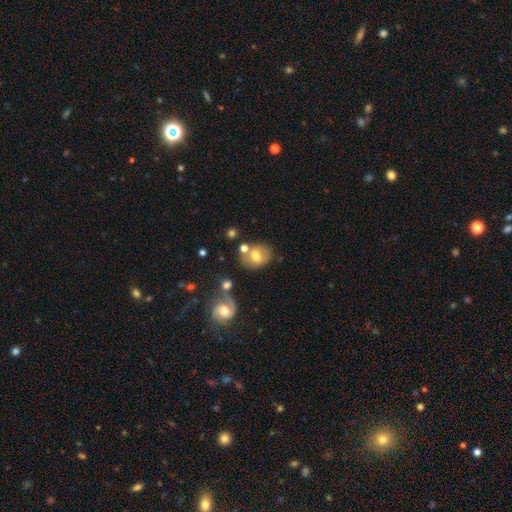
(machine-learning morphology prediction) This appears to be a smooth galaxy with no disk features (63%) that is round (50%). Merging: none (63%).